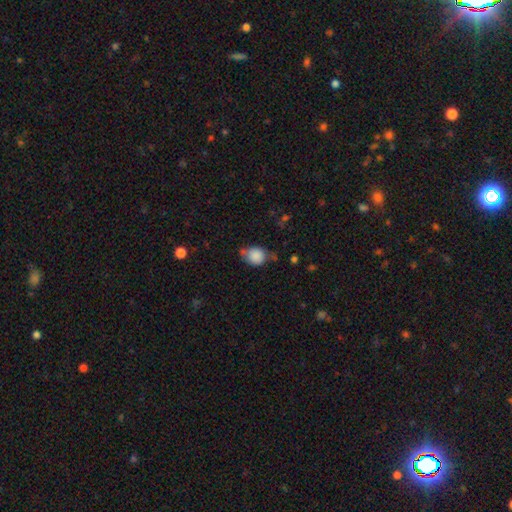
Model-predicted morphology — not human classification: smooth_or_featured: smooth (p=0.83) [alt: star or artifact p=0.08]
how_rounded: round (p=0.60) [alt: in between p=0.39]
merging: none (p=0.47) [alt: minor disturbance p=0.36]